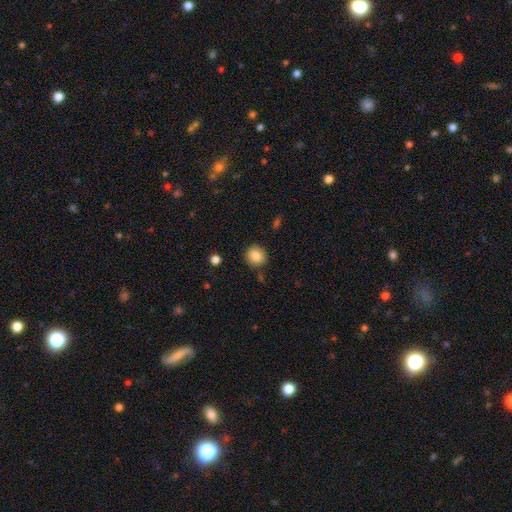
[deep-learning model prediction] Smooth or featured: smooth — 86% (star or artifact — 9%)
How rounded: round — 86% (in between — 13%)
Merging: none — 87% (minor disturbance — 9%)